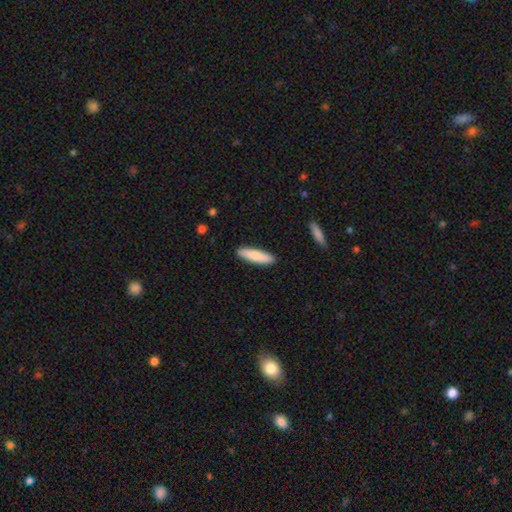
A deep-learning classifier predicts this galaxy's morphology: The model was most divided on "how rounded": cigar-shaped: 71%, in between: 27%, round: 1%. More confident: merging — none (90%); smooth or featured — smooth (83%).